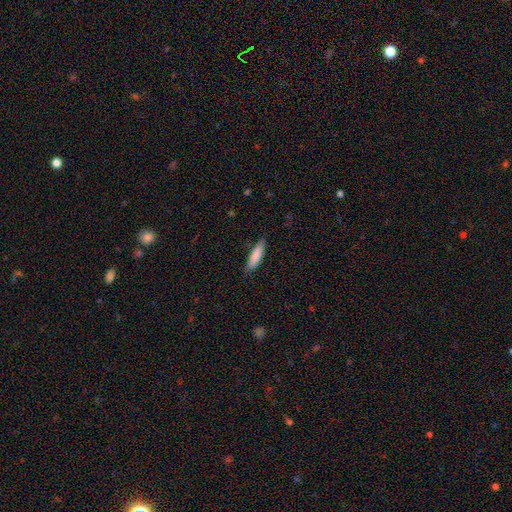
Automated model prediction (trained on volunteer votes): Smooth or featured: smooth — 85% (featured or disk — 10%)
How rounded: cigar-shaped — 67% (in between — 32%)
Merging: none — 83% (minor disturbance — 14%)